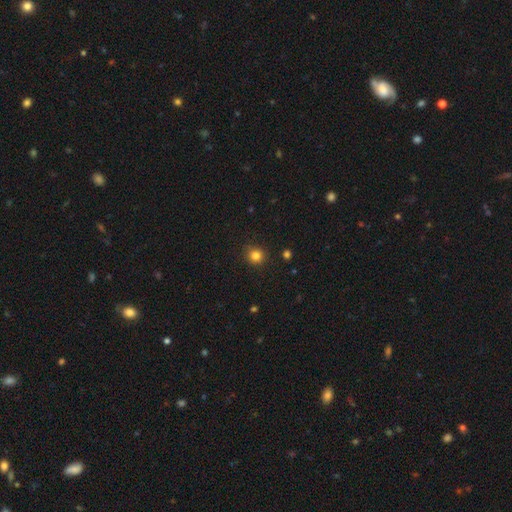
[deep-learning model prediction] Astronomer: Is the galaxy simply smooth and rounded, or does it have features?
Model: smooth — 83%.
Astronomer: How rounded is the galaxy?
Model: round — 91%.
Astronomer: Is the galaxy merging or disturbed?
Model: none — 89%.